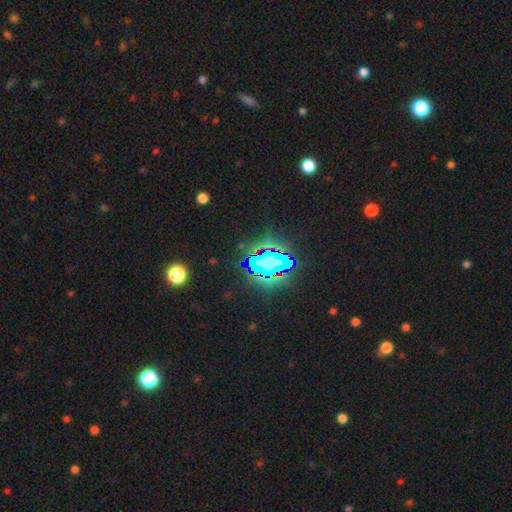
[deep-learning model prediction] Smooth or featured? Predicted: star or artifact (p=0.83).